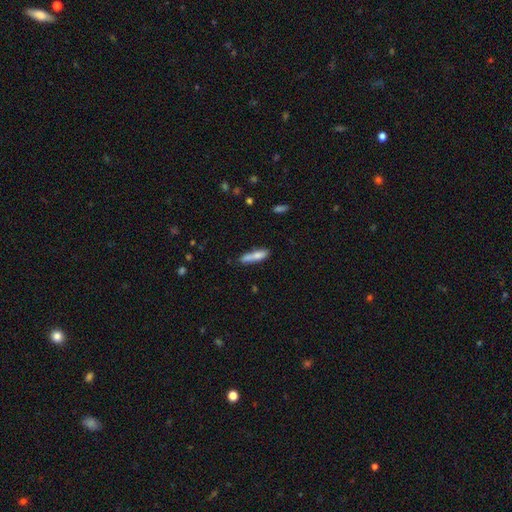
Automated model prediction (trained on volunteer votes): Smooth or featured: smooth — 73% (featured or disk — 20%)
How rounded: cigar-shaped — 73% (in between — 25%)
Merging: none — 56% (minor disturbance — 22%)